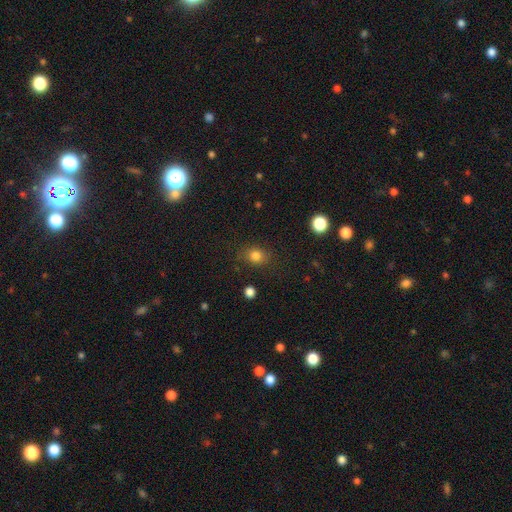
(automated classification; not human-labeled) smooth 81%, star or artifact 13%, featured or disk 6%. Down the decision tree: how rounded — round (61%); merging — none (81%).